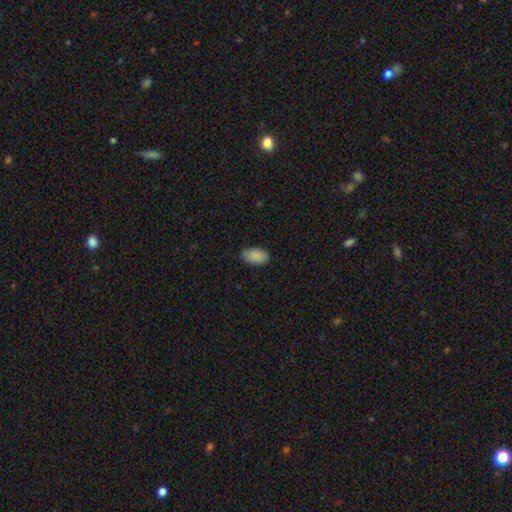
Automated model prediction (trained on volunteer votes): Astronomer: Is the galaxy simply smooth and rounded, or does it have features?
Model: smooth — 89%.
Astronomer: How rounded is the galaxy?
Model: in between — 94%.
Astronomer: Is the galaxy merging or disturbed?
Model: none — 86%.